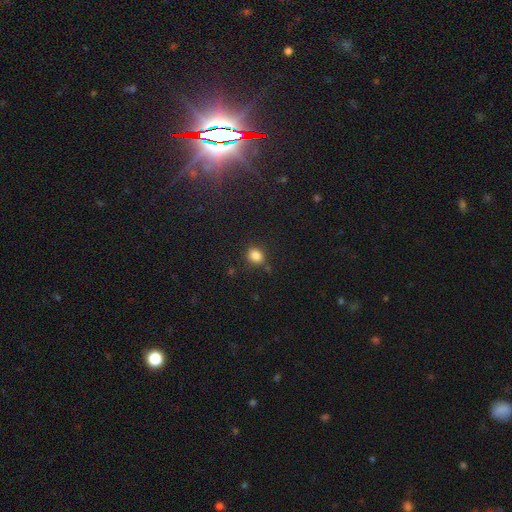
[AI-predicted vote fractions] This is clearly a smooth galaxy (84%). How rounded: possibly round (59%). Merging: likely none (77%).